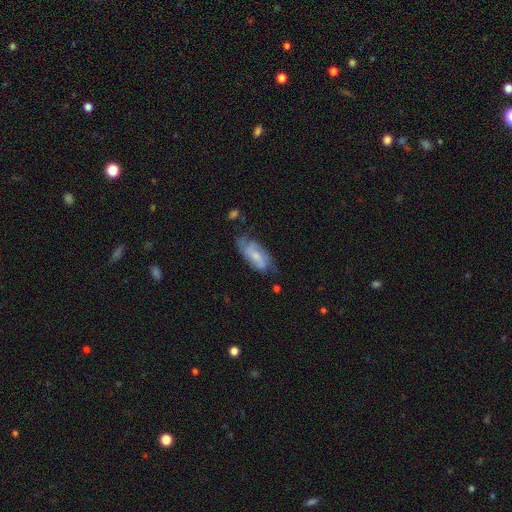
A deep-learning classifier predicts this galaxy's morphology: smooth_or_featured: featured or disk (p=0.56) [alt: smooth p=0.37]
disk_edge_on: no (p=0.90) [alt: yes p=0.10]
bar: no (p=0.46) [alt: weak p=0.41]
has_spiral_arms: yes (p=0.83) [alt: no p=0.17]
bulge_size: small (p=0.47) [alt: moderate p=0.34]
merging: none (p=0.58) [alt: minor disturbance p=0.29]